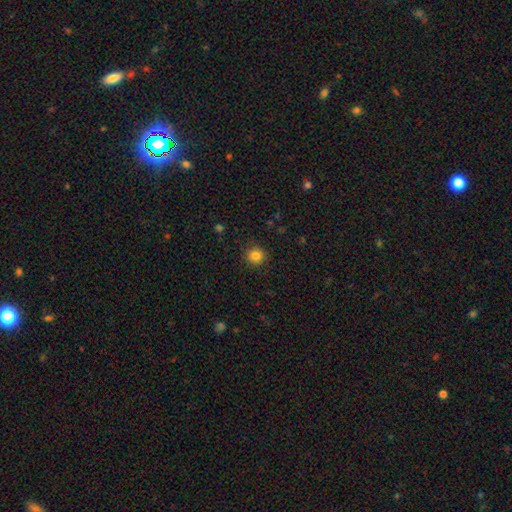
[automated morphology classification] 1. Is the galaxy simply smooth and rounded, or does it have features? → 83% smooth, 12% star or artifact, 5% featured or disk.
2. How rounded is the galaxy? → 91% round, 8% in between, 1% cigar-shaped.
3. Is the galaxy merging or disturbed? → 90% none, 7% minor disturbance, 2% major disturbance, 1% merger.